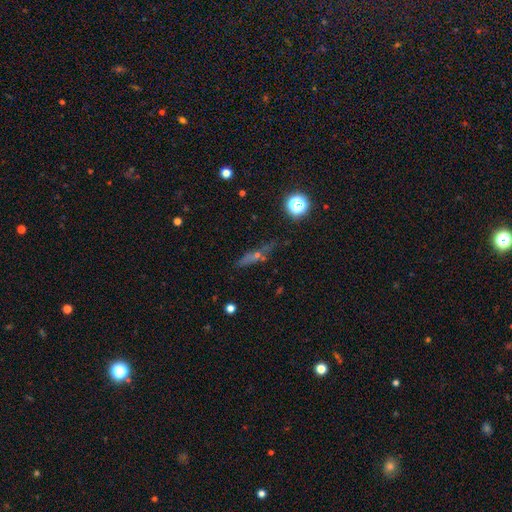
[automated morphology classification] A featured or disk galaxy (39%).

Vote fractions:
- Smooth or featured? featured or disk: 39% / smooth: 34% / star or artifact: 27%
- Merging? none: 77% / minor disturbance: 14% / major disturbance: 5% / merger: 4%